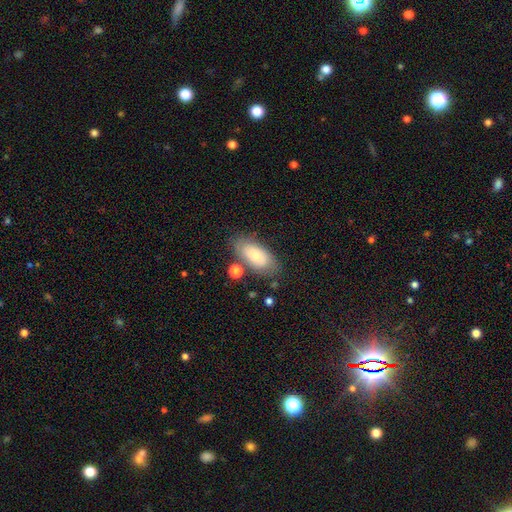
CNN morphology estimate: This is likely a smooth galaxy (67%). How rounded: clearly in between (91%). Merging: likely none (72%).